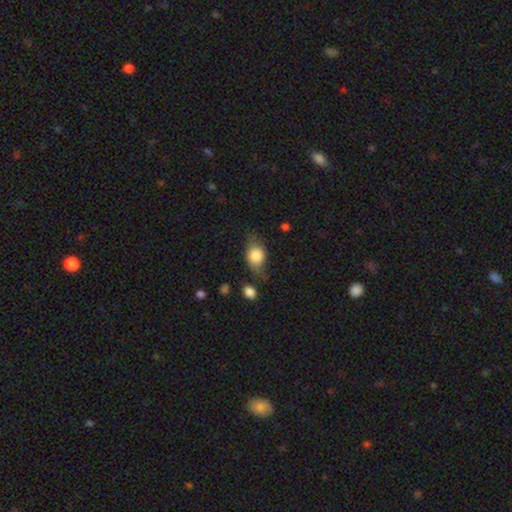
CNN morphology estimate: This appears to be a smooth galaxy with no disk features (77%) that is in between round and cigar-shaped (64%). Merging: none (54%).